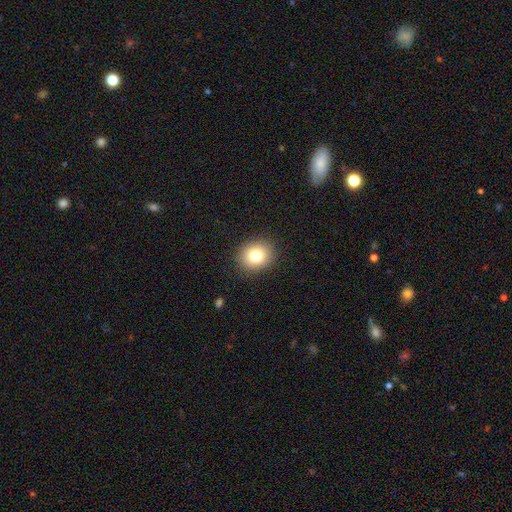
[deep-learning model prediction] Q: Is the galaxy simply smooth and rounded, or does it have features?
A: smooth — 80%.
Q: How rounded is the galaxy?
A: round — 67%.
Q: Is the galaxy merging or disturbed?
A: none — 90%.